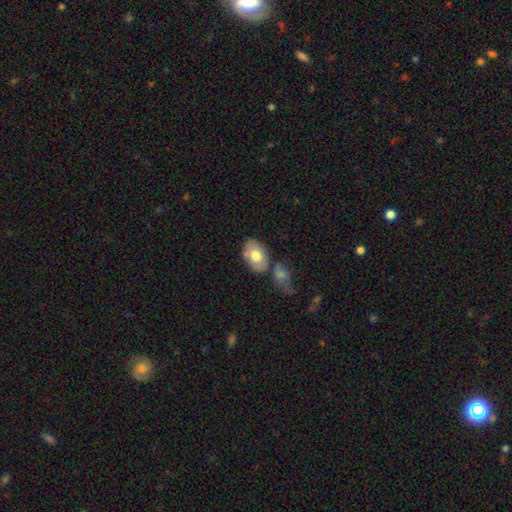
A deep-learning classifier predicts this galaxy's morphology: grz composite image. It shows a smooth galaxy with no disk features (69%) that is in between round and cigar-shaped (87%). Merging: none (58%).